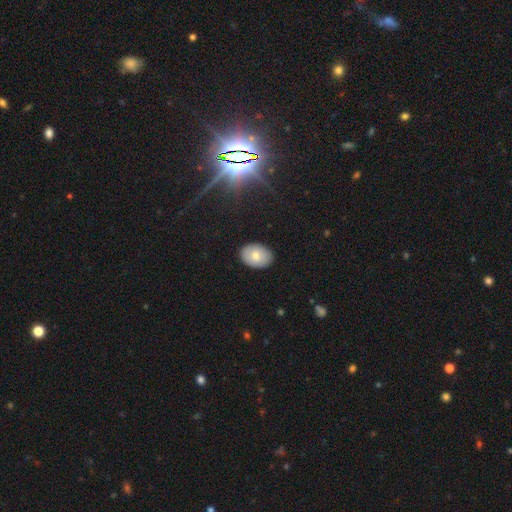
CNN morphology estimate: Smooth or featured?
  - smooth: 72% *
  - featured or disk: 19%
  - star or artifact: 9%
How rounded?
  - in between: 79% *
  - round: 20%
  - cigar-shaped: 1%
Merging?
  - none: 88% *
  - minor disturbance: 9%
  - major disturbance: 2%
  - merger: 1%